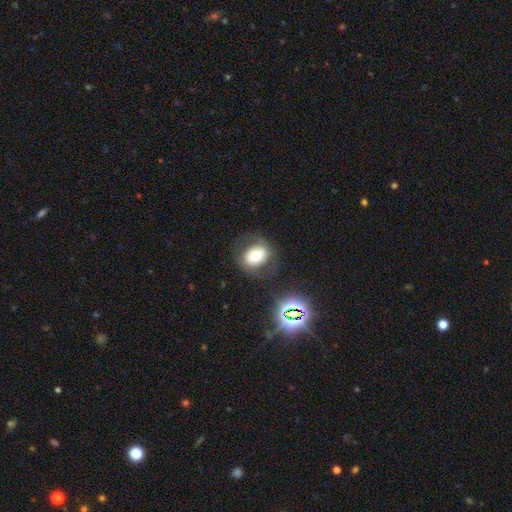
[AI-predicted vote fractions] This is likely a smooth galaxy (63%). How rounded: possibly in between (56%). Merging: likely none (73%).